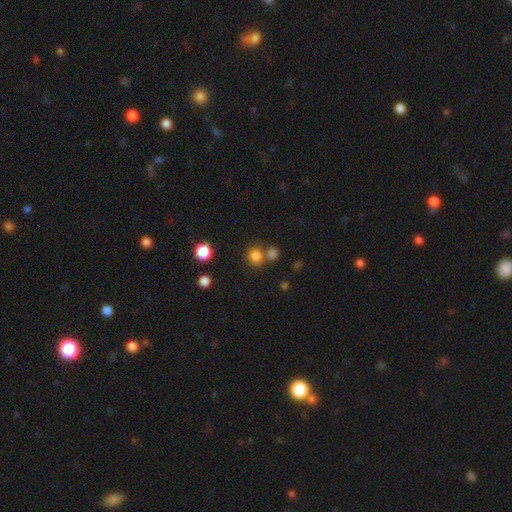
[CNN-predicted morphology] type=smooth (80%); roundness=round (78%); merging=none (62%).